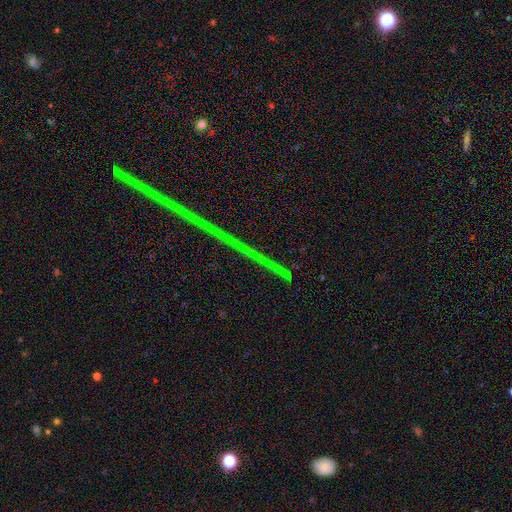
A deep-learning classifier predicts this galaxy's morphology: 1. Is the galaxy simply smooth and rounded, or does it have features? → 85% star or artifact, 9% featured or disk, 6% smooth.